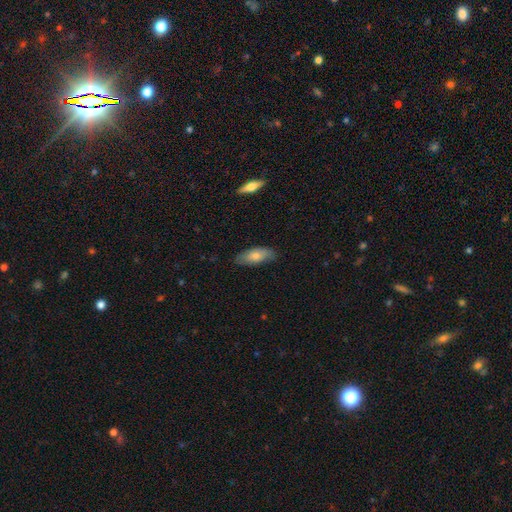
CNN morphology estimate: smooth-or-featured: smooth: 67% | featured or disk: 27% | star or artifact: 7%
  how-rounded: in between: 76% | cigar-shaped: 21% | round: 2%
  merging: none: 79% | minor disturbance: 17% | major disturbance: 2% | merger: 1%